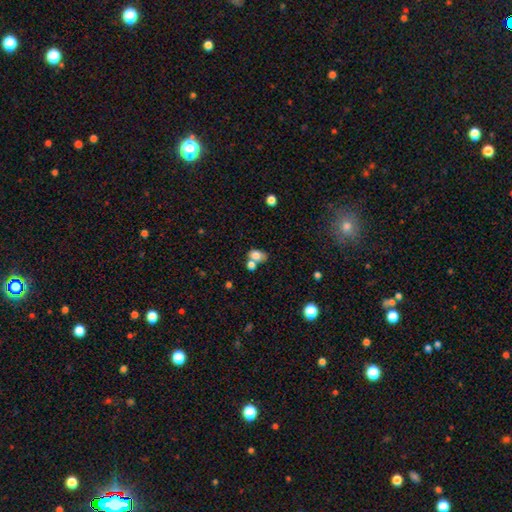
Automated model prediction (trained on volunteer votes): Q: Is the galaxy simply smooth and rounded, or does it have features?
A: smooth — 76%.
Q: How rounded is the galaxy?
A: in between — 74%.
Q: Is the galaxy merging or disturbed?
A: merger — 46%.